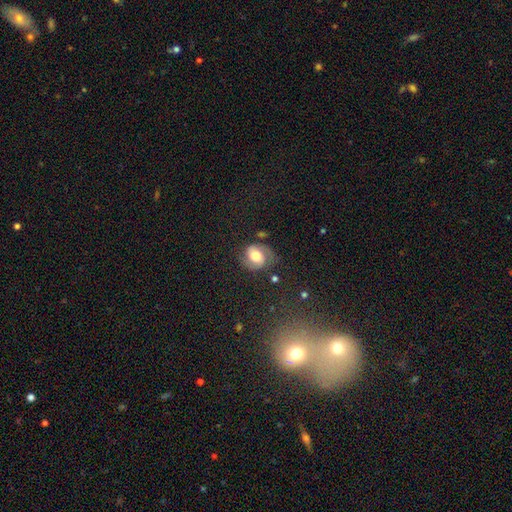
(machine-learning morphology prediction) Overall: featured or disk (57%; smooth 34%). Edge-on disk: no (97%). Bar: no (47%; weak 37%). Spiral arms: yes (86%). Bulge size: moderate (53%; large 35%). Merging: none (66%).